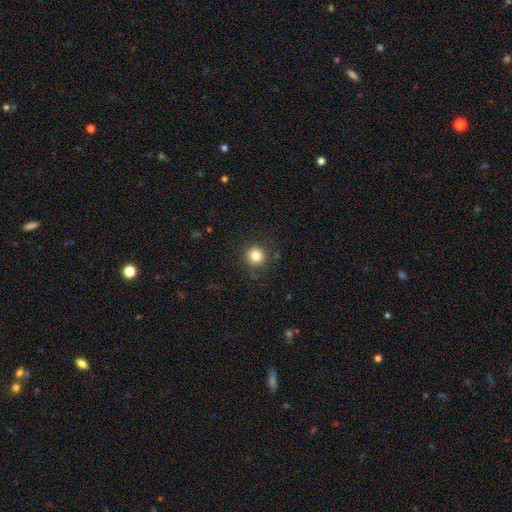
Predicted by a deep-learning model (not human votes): A smooth galaxy with no disk features (82%) that is round (95%).

Vote fractions:
- Smooth or featured? smooth: 82% / star or artifact: 12% / featured or disk: 6%
- How rounded? round: 95% / in between: 4% / cigar-shaped: 1%
- Merging? none: 89% / minor disturbance: 7% / major disturbance: 3% / merger: 1%